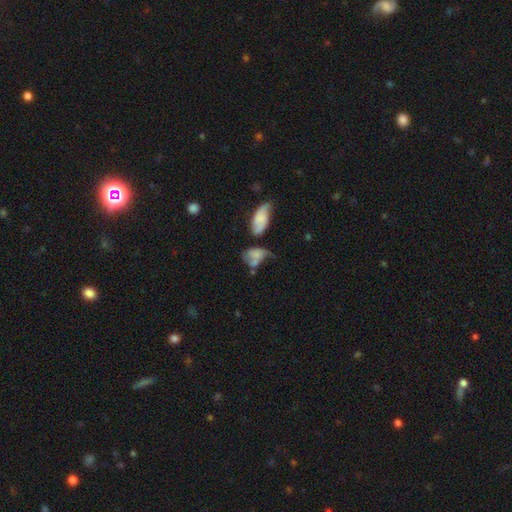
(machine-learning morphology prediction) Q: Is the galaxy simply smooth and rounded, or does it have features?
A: smooth — 59%.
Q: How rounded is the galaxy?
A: in between — 79%.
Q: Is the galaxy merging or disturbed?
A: merger — 32%.